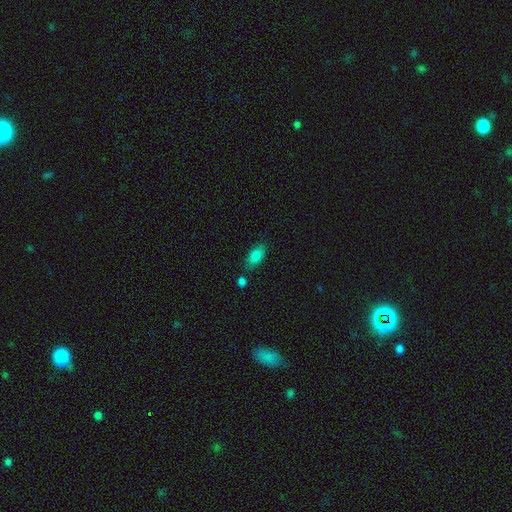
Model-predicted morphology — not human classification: Smooth or featured: smooth — 83% (featured or disk — 9%)
How rounded: in between — 89% (cigar-shaped — 7%)
Merging: none — 76% (minor disturbance — 13%)